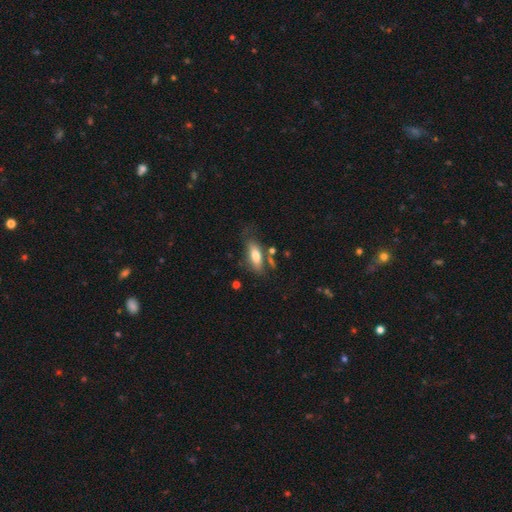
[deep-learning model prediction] smooth 69%, featured or disk 24%, star or artifact 7%. Down the decision tree: how rounded — in between (70%); merging — none (63%).